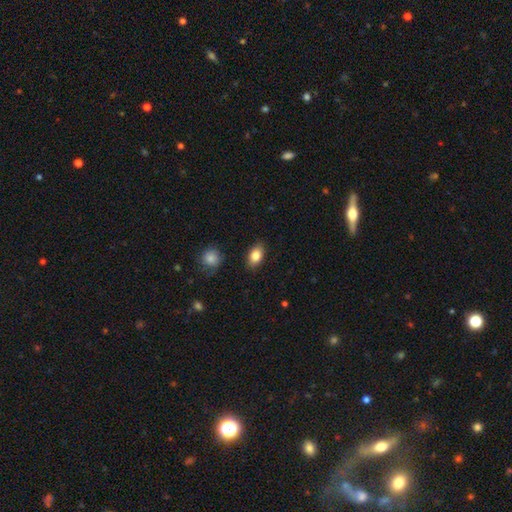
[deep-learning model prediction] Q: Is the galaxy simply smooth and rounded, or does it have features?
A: smooth — 83%.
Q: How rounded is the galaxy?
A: in between — 87%.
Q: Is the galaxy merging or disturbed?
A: none — 87%.